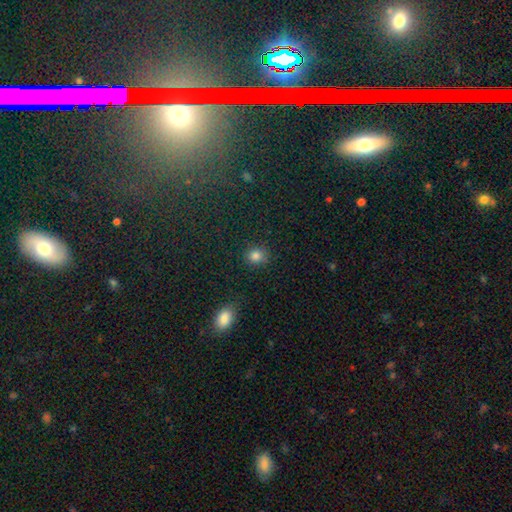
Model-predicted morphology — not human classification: A smooth galaxy with no disk features (83%) that is round (80%). Merging: none (85%).